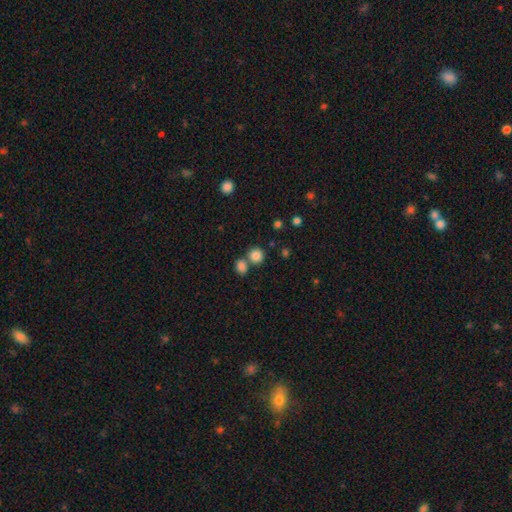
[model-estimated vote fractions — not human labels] smooth-or-featured: smooth: 84% | star or artifact: 11% | featured or disk: 5%
  how-rounded: round: 87% | in between: 12% | cigar-shaped: 1%
  merging: none: 60% | merger: 30% | minor disturbance: 8% | major disturbance: 3%